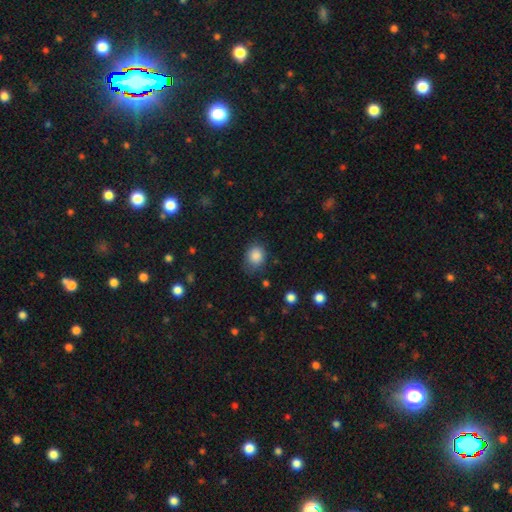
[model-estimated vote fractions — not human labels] Smooth or featured? Predicted: smooth (p=0.86). How rounded? Predicted: round (p=0.56). Merging? Predicted: none (p=0.67).